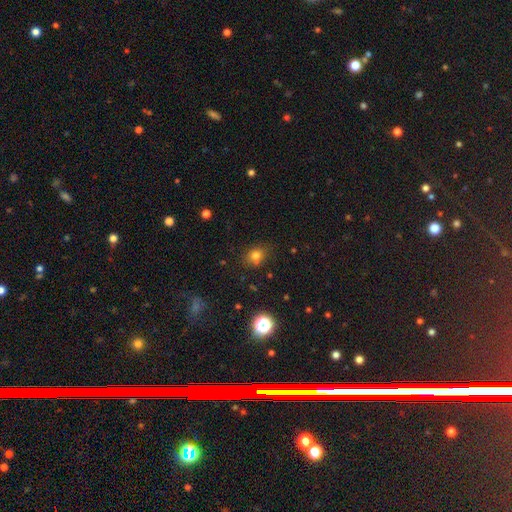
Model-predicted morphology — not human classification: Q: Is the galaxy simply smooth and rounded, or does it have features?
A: smooth — 73%.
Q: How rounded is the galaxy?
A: round — 67%.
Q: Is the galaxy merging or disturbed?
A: none — 73%.